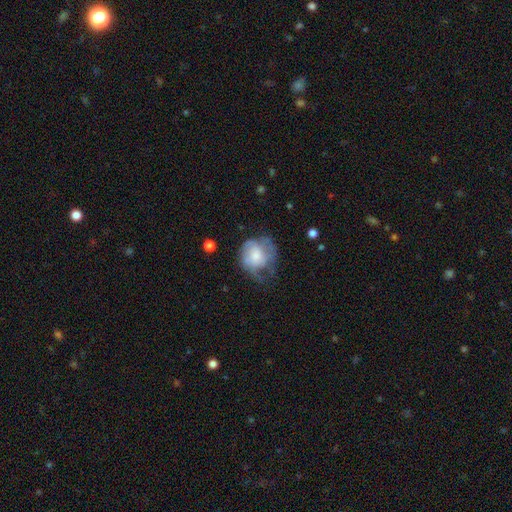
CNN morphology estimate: A smooth galaxy with no disk features (51%) that is round (74%).

Vote fractions:
- Smooth or featured? smooth: 51% / featured or disk: 42% / star or artifact: 8%
- How rounded? round: 74% / in between: 25% / cigar-shaped: 1%
- Merging? none: 37% / minor disturbance: 31% / major disturbance: 30% / merger: 2%